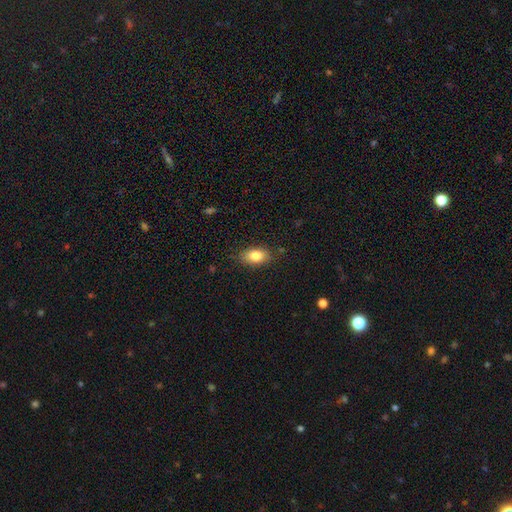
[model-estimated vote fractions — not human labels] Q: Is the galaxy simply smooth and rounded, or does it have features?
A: smooth — 83%.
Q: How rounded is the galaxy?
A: in between — 88%.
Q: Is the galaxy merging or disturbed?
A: none — 83%.